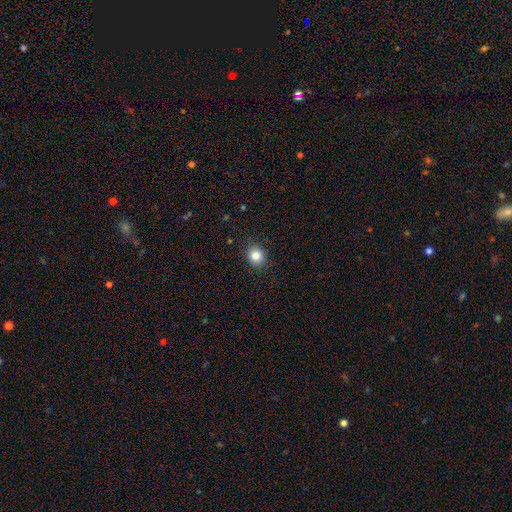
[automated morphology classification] Smooth or featured? Predicted: smooth (p=0.84). How rounded? Predicted: round (p=0.78). Merging? Predicted: none (p=0.88).